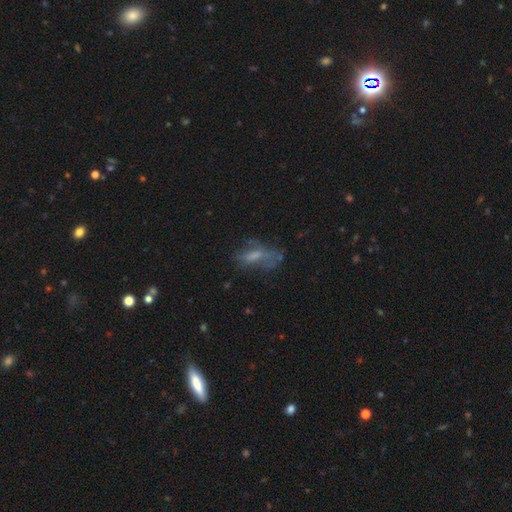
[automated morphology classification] This appears to be a smooth galaxy with no disk features (44%). Merging: none (42%).